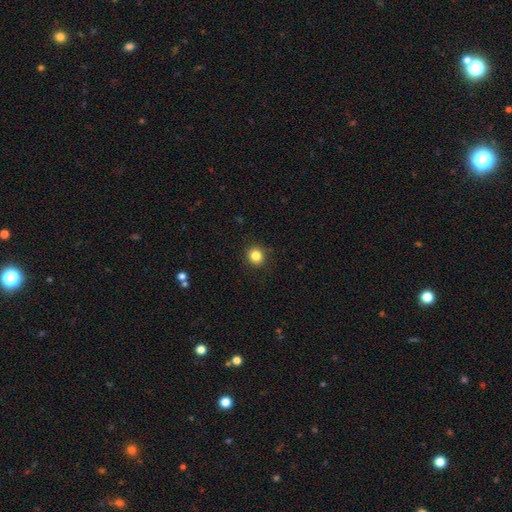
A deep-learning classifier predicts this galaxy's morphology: smooth_or_featured: smooth (p=0.84) [alt: star or artifact p=0.11]
how_rounded: round (p=0.87) [alt: in between p=0.12]
merging: none (p=0.91) [alt: minor disturbance p=0.06]